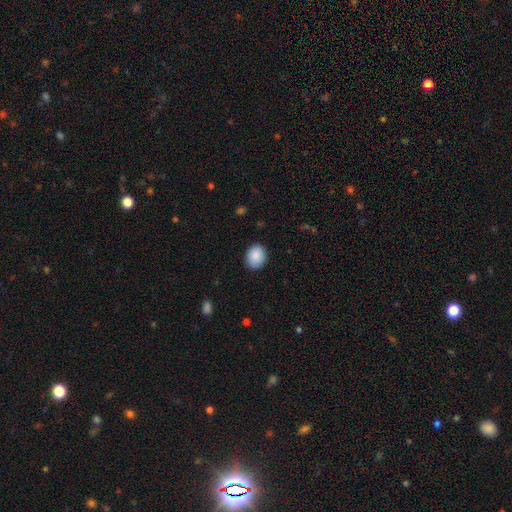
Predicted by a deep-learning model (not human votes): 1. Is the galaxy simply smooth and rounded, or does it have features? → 89% smooth, 7% star or artifact, 4% featured or disk.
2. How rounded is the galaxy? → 55% in between, 44% round, 1% cigar-shaped.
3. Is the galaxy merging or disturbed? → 88% none, 9% minor disturbance, 2% major disturbance, 1% merger.